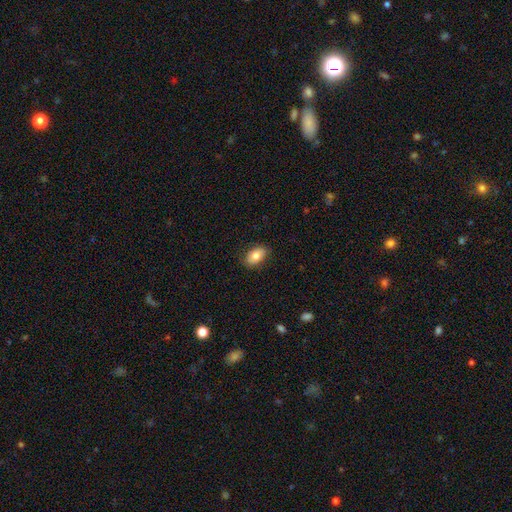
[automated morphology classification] Smooth or featured?
  - smooth: 80% *
  - featured or disk: 13%
  - star or artifact: 7%
How rounded?
  - in between: 91% *
  - round: 8%
  - cigar-shaped: 2%
Merging?
  - none: 84% *
  - minor disturbance: 12%
  - major disturbance: 3%
  - merger: 1%